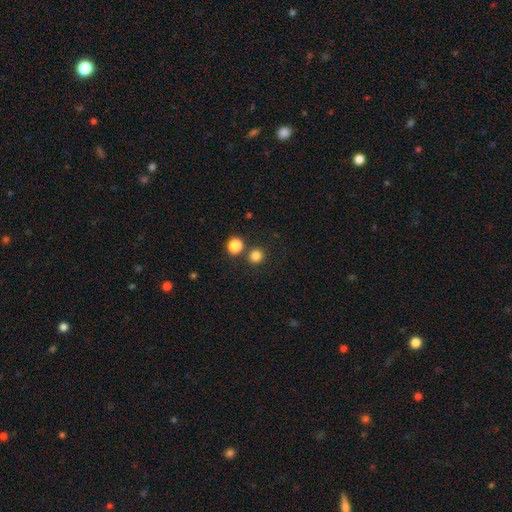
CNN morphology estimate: smooth 81%, star or artifact 14%, featured or disk 4%. Down the decision tree: how rounded — round (91%); merging — none (78%).